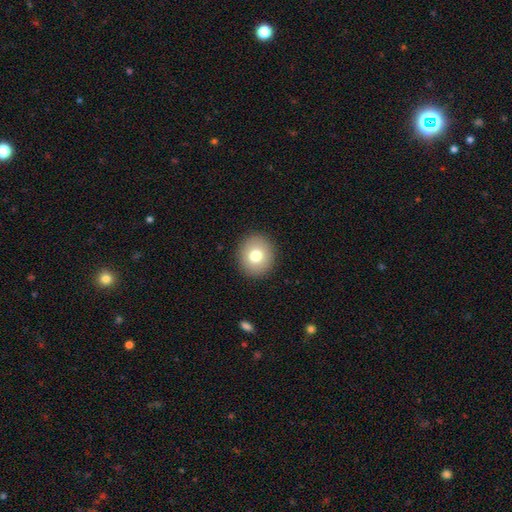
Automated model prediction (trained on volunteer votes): smooth_or_featured: smooth (p=0.76) [alt: featured or disk p=0.14]
how_rounded: round (p=0.81) [alt: in between p=0.18]
merging: none (p=0.91) [alt: minor disturbance p=0.06]